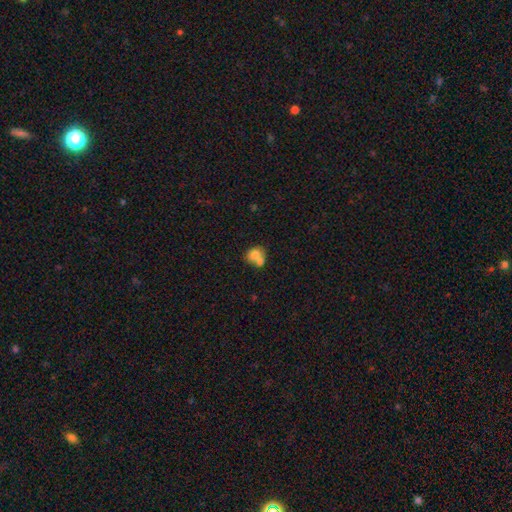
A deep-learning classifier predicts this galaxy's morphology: Smooth or featured?
  - smooth: 73% *
  - featured or disk: 18%
  - star or artifact: 9%
How rounded?
  - round: 63% *
  - in between: 37%
  - cigar-shaped: 1%
Merging?
  - merger: 58% *
  - none: 29%
  - minor disturbance: 9%
  - major disturbance: 4%